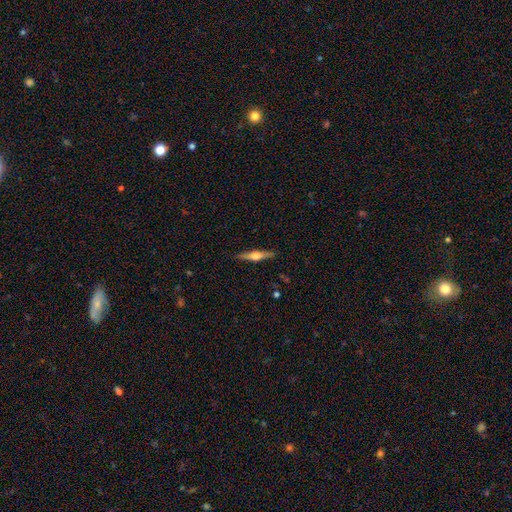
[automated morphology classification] featured or disk 67%, smooth 27%, star or artifact 6%. Down the decision tree: edge-on disk — yes (97%); edge-on bulge — rounded (91%); merging — none (88%).